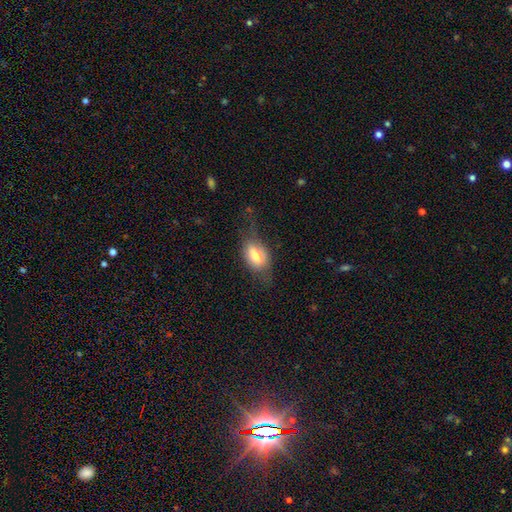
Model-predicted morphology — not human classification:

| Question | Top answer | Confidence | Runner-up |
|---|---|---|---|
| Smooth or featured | smooth | 64% | featured or disk (28%) |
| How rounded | in between | 84% | round (9%) |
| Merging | none | 47% | minor disturbance (29%) |